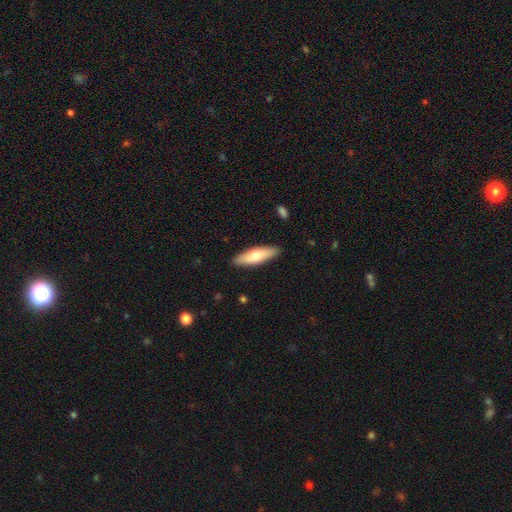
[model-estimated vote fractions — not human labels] A smooth galaxy with no disk features (68%) that is cigar-shaped (57%). Merging: none (89%).